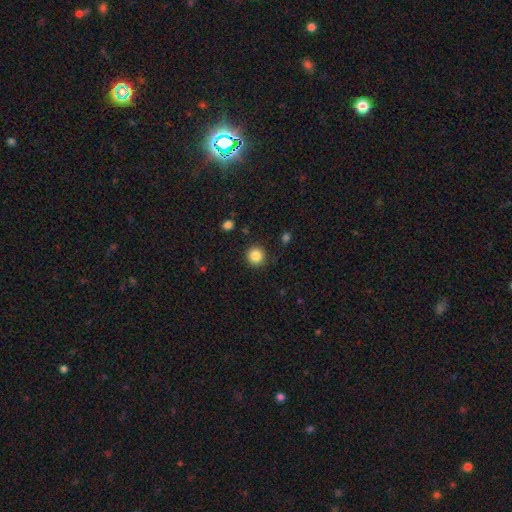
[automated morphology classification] Smooth or featured?
  - smooth: 86% *
  - star or artifact: 10%
  - featured or disk: 4%
How rounded?
  - round: 94% *
  - in between: 5%
  - cigar-shaped: 1%
Merging?
  - none: 90% *
  - minor disturbance: 6%
  - major disturbance: 2%
  - merger: 2%